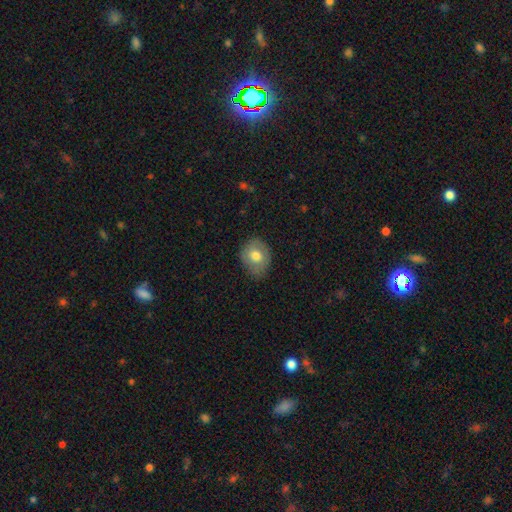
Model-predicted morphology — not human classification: A smooth galaxy with no disk features (72%) that is round (56%).

Vote fractions:
- Smooth or featured? smooth: 72% / featured or disk: 20% / star or artifact: 8%
- How rounded? round: 56% / in between: 43% / cigar-shaped: 1%
- Merging? none: 73% / minor disturbance: 21% / major disturbance: 5% / merger: 1%